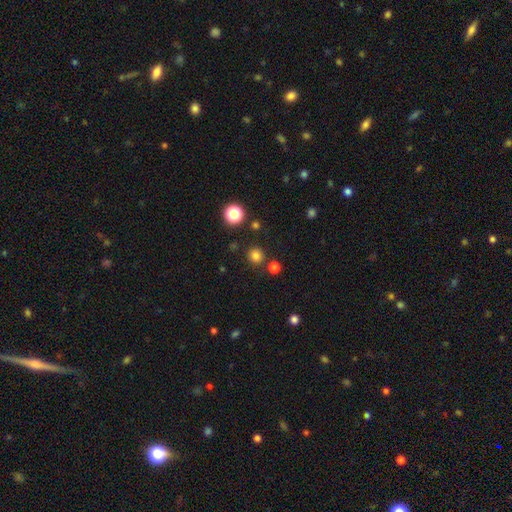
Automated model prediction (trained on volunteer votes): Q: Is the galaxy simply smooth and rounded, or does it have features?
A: smooth — 79%.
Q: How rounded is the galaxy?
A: round — 92%.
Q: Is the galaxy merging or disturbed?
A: none — 85%.